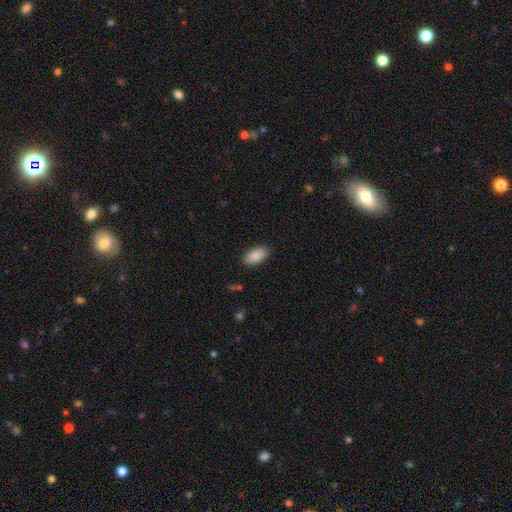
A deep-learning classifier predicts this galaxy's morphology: The model was most divided on "merging": none: 88%, minor disturbance: 9%, major disturbance: 2%, merger: 1%. More confident: how rounded — in between (94%); smooth or featured — smooth (89%).